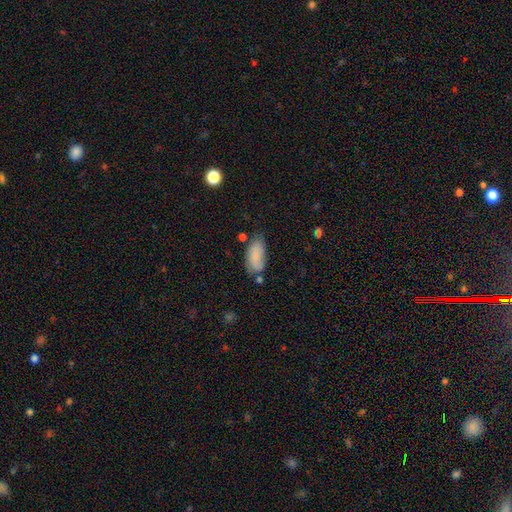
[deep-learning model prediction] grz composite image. It shows a smooth galaxy with no disk features (83%) that is in between round and cigar-shaped (91%). Merging: none (54%).